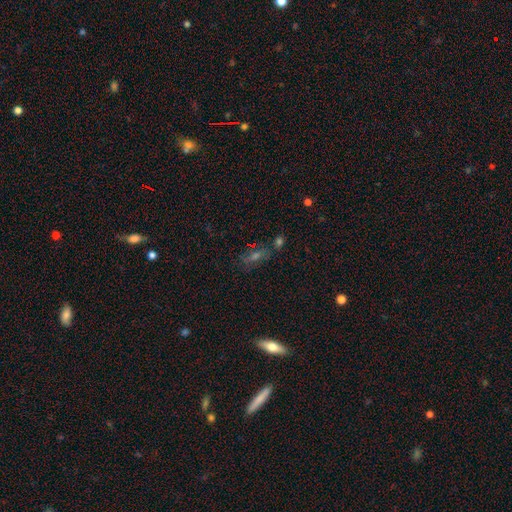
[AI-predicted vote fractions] Overall: featured or disk (35%; smooth 34%). Merging: none (69%).